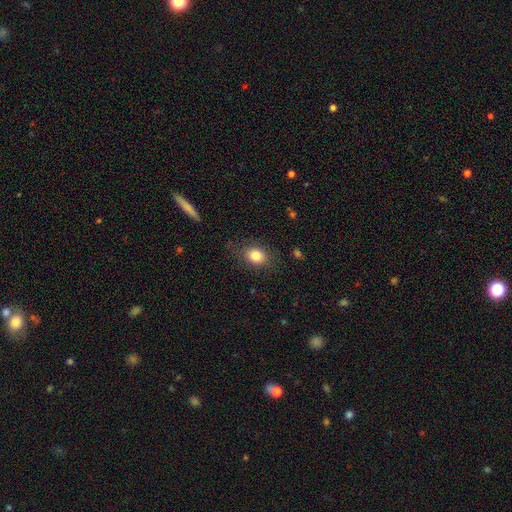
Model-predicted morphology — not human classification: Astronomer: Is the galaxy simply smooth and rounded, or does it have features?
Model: smooth — 82%.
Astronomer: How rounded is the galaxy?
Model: in between — 57% (runner-up: round, 42%).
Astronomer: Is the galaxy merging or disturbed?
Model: none — 81%.